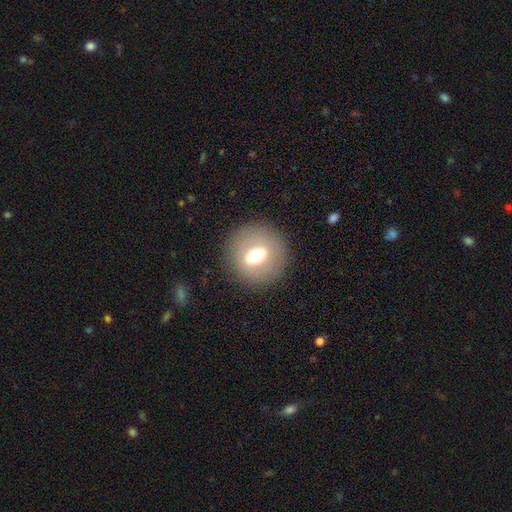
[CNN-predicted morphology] Smooth or featured? Predicted: smooth (p=0.51). How rounded? Predicted: round (p=0.83). Merging? Predicted: none (p=0.86).